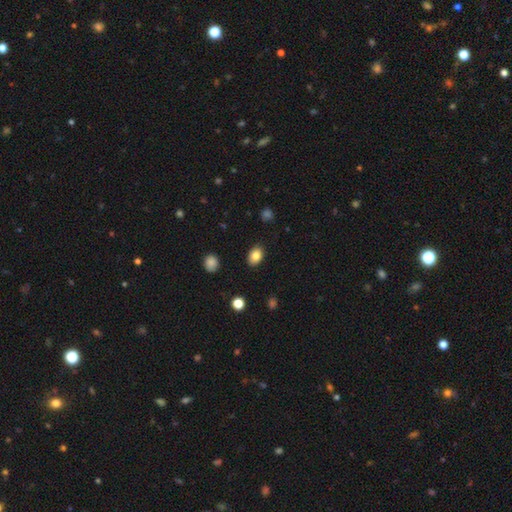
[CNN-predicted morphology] smooth 84%, star or artifact 9%, featured or disk 8%. Down the decision tree: how rounded — in between (80%); merging — none (87%).